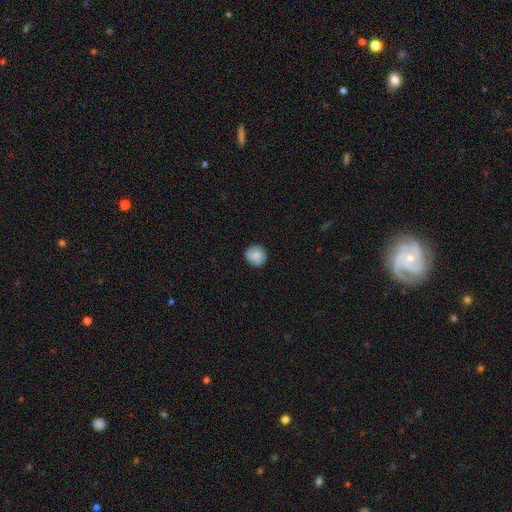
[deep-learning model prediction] Q: Smooth or featured?
A: smooth (83%); runner-up: featured or disk (9%)
Q: How rounded?
A: round (87%); runner-up: in between (12%)
Q: Merging?
A: none (83%); runner-up: minor disturbance (13%)